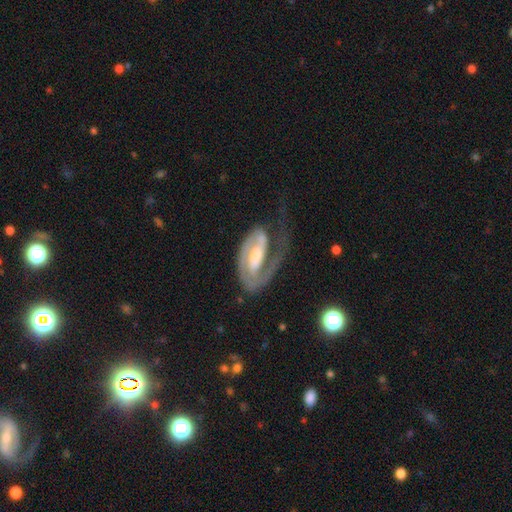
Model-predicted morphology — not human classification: Overall: featured or disk (87%). Edge-on disk: no (96%). Bar: weak (40%; strong 36%). Spiral arms: yes (95%). Spiral arm count: 1 (54%; 2 37%). Spiral winding: tight (48%; medium 37%). Bulge size: moderate (50%; small 35%). Merging: none (42%; major disturbance 36%).